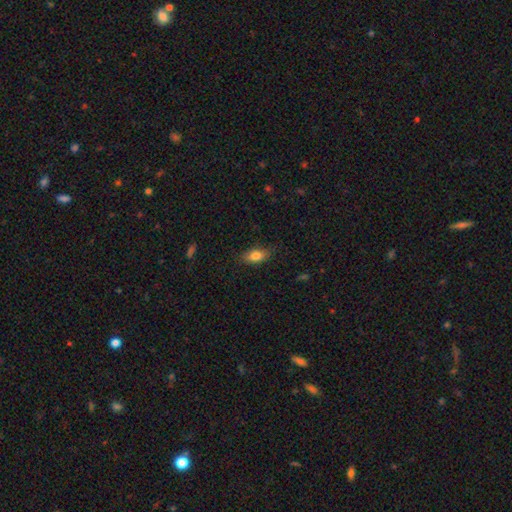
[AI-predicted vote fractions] Smooth or featured? smooth (80%)
How rounded? in between (85%)
Merging? none (79%)